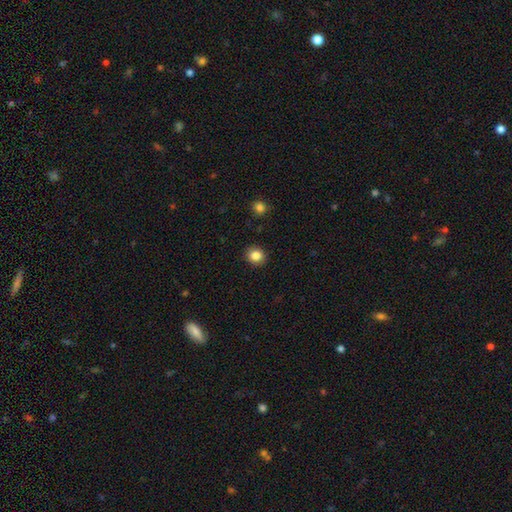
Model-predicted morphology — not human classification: Smooth or featured? Predicted: smooth (p=0.84). How rounded? Predicted: round (p=0.80). Merging? Predicted: none (p=0.91).